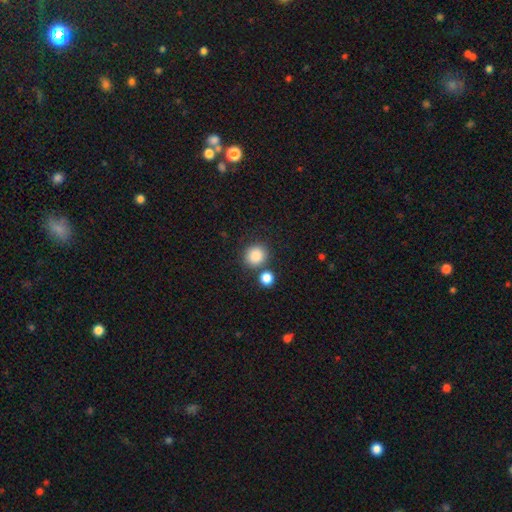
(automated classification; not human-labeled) Smooth or featured?
  - smooth: 86% *
  - star or artifact: 9%
  - featured or disk: 4%
How rounded?
  - round: 86% *
  - in between: 13%
  - cigar-shaped: 1%
Merging?
  - none: 75% *
  - merger: 13%
  - minor disturbance: 9%
  - major disturbance: 3%